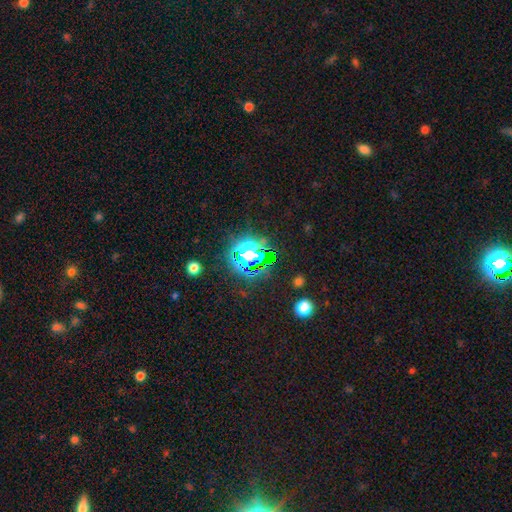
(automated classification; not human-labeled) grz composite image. It shows a star or artifact, not a galaxy (70%).